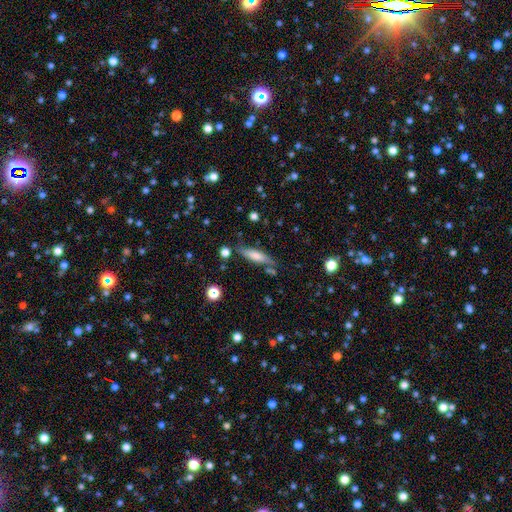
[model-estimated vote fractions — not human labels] Smooth or featured: smooth — 61% (featured or disk — 31%)
How rounded: cigar-shaped — 68% (in between — 29%)
Merging: none — 72% (minor disturbance — 17%)